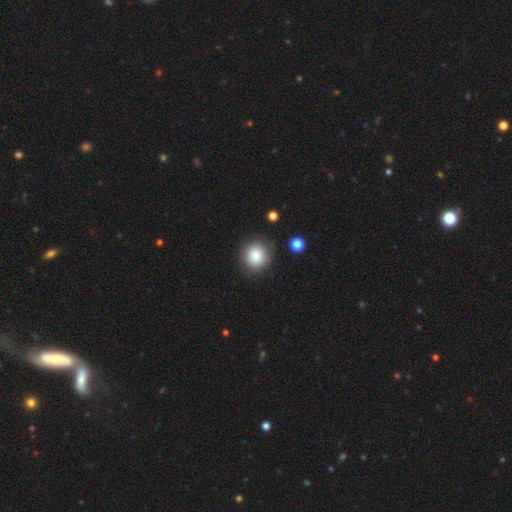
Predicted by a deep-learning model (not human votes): The model was most divided on "how rounded": round: 83%, in between: 16%, cigar-shaped: 1%. More confident: smooth or featured — smooth (86%); merging — none (84%).